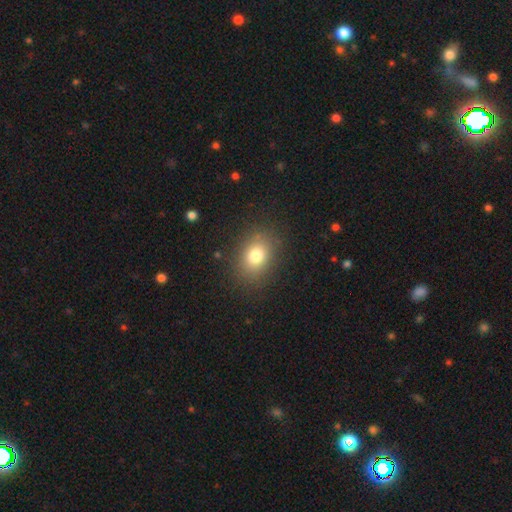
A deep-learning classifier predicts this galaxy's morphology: Smooth or featured? smooth (79%)
How rounded? in between (60%)
Merging? none (85%)